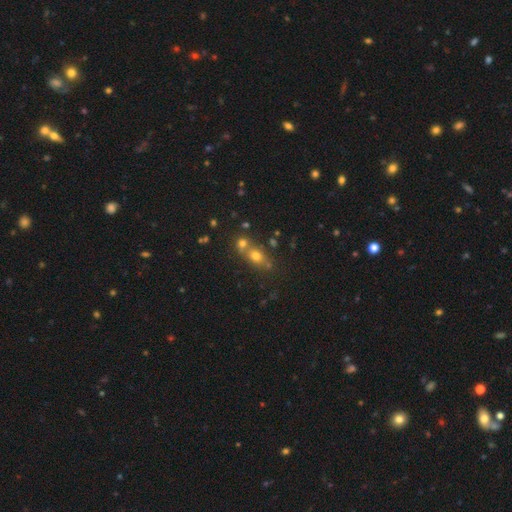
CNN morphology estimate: This is likely a smooth galaxy (63%). How rounded: possibly round (58%). Merging: possibly none (46%).